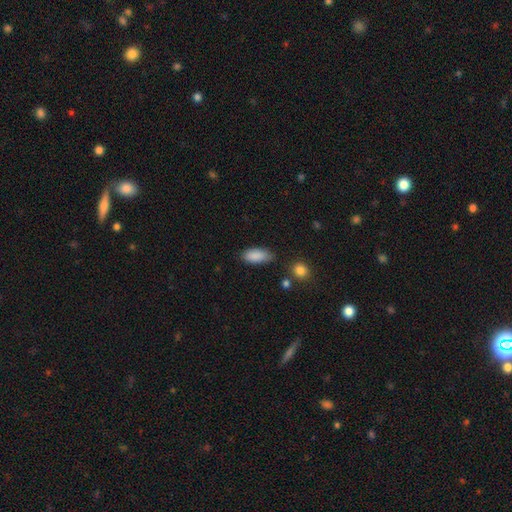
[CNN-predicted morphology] smooth_or_featured: smooth (p=0.88) [alt: star or artifact p=0.07]
how_rounded: in between (p=0.88) [alt: cigar-shaped p=0.09]
merging: none (p=0.77) [alt: minor disturbance p=0.17]